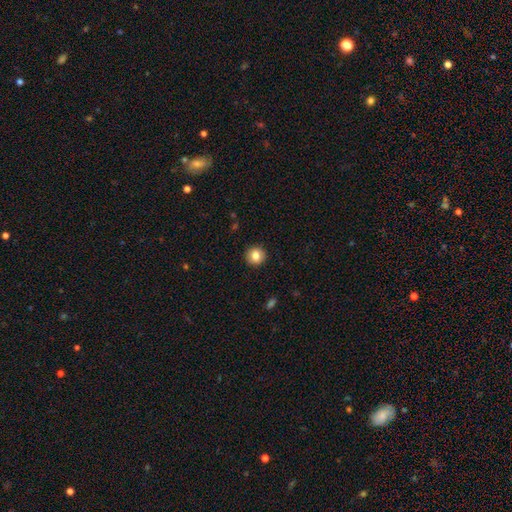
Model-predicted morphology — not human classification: Smooth or featured? Predicted: smooth (p=0.83). How rounded? Predicted: round (p=0.94). Merging? Predicted: none (p=0.93).